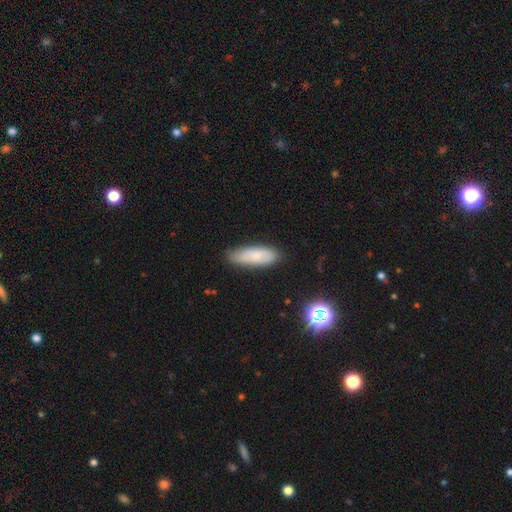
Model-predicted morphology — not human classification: Smooth or featured? smooth (75%)
How rounded? in between (62%)
Merging? none (79%)